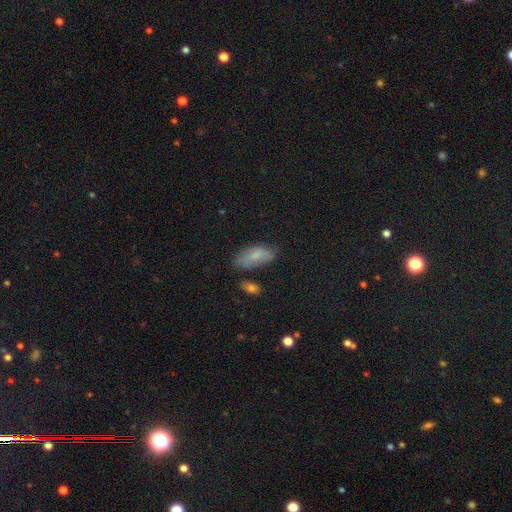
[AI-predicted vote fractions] This is likely a smooth galaxy (74%). How rounded: clearly in between (88%). Merging: possibly none (55%).